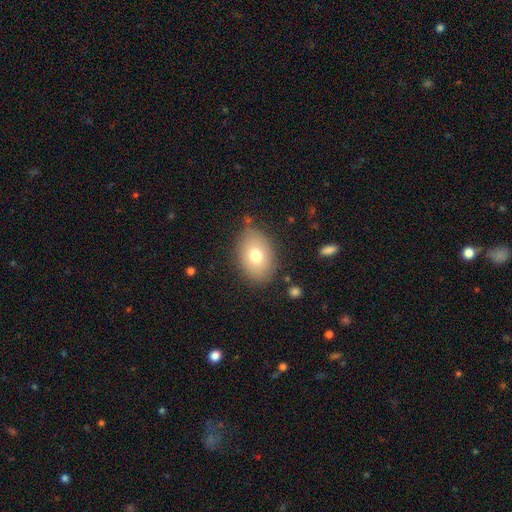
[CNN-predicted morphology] type=smooth (73%); roundness=in between (80%); merging=none (78%).